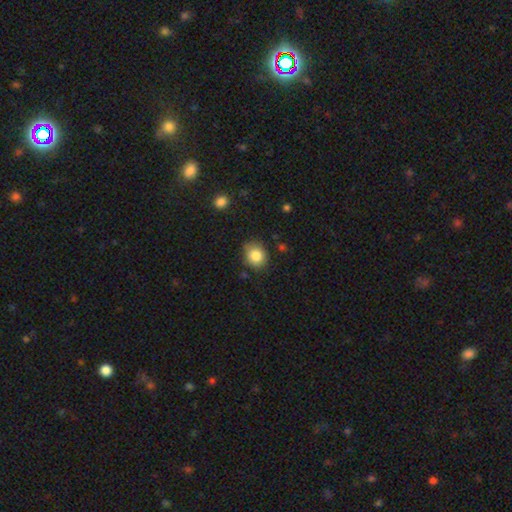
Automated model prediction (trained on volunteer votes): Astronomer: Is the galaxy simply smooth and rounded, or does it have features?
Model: smooth — 84%.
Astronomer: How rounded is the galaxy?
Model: round — 71%.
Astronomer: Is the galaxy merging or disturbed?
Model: none — 79%.